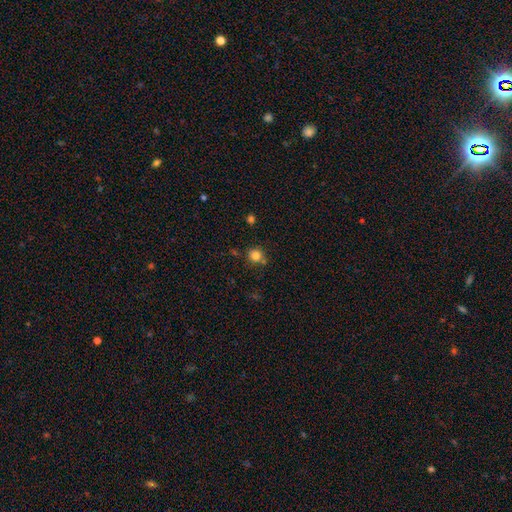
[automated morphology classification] Smooth or featured? smooth (81%)
How rounded? round (89%)
Merging? none (72%)